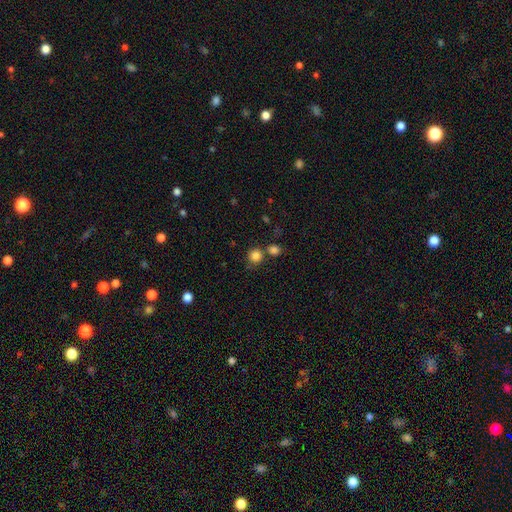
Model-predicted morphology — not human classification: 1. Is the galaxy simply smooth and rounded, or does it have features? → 83% smooth, 12% star or artifact, 5% featured or disk.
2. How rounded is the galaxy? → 90% round, 9% in between, 1% cigar-shaped.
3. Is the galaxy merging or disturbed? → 68% none, 19% merger, 9% minor disturbance, 3% major disturbance.